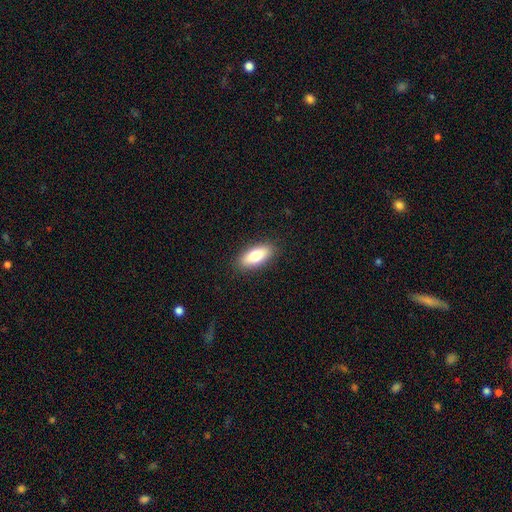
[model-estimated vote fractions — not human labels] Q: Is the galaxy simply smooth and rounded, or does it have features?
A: smooth — 78%.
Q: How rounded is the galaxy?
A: in between — 80%.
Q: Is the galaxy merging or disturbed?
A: none — 89%.